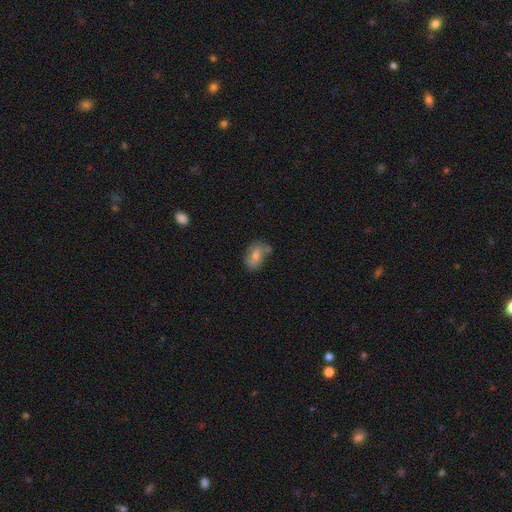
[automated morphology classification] smooth_or_featured: smooth (p=0.67) [alt: featured or disk p=0.25]
how_rounded: in between (p=0.86) [alt: round p=0.12]
merging: none (p=0.58) [alt: minor disturbance p=0.21]